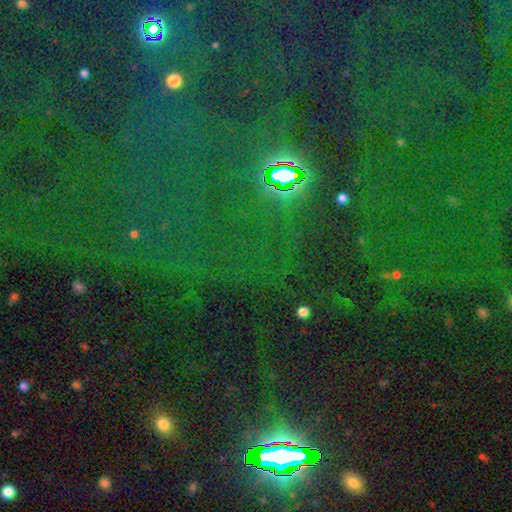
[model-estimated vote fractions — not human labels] Q: Smooth or featured?
A: star or artifact (84%); runner-up: smooth (9%)